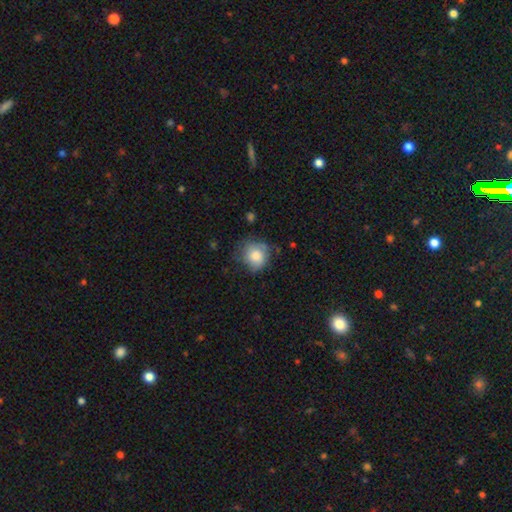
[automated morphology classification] Smooth or featured? Predicted: smooth (p=0.77). How rounded? Predicted: round (p=0.80). Merging? Predicted: none (p=0.58).